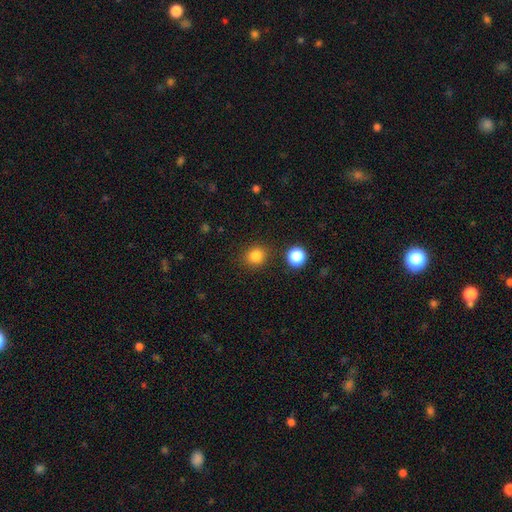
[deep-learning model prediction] Q: Smooth or featured?
A: smooth (83%); runner-up: star or artifact (12%)
Q: How rounded?
A: round (81%); runner-up: in between (18%)
Q: Merging?
A: none (86%); runner-up: minor disturbance (8%)